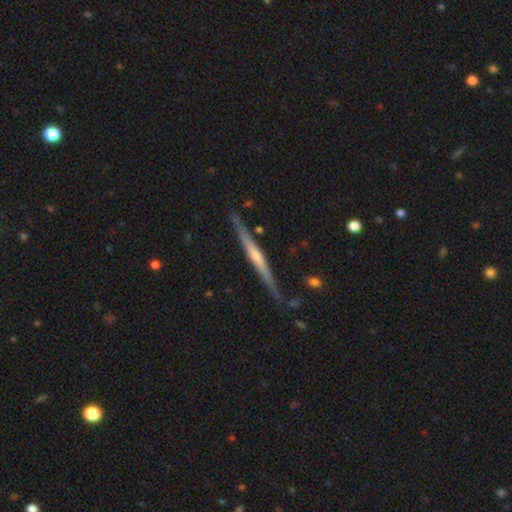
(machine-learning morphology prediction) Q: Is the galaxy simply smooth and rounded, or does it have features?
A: featured or disk — 82%.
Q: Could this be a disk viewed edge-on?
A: yes — 98%.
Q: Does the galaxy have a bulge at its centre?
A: rounded — 70%.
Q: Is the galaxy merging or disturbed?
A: none — 86%.